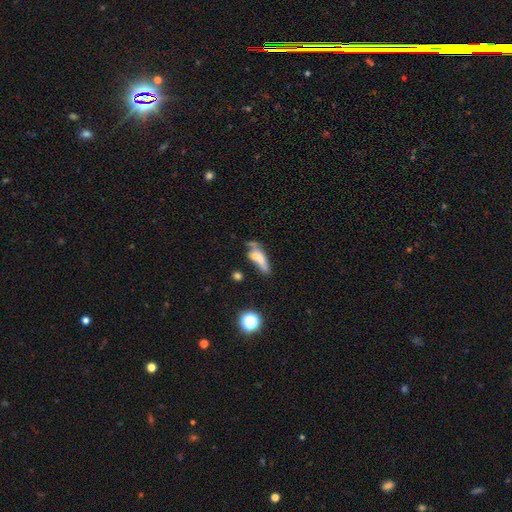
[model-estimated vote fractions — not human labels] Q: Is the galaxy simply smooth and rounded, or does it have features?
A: smooth — 51%.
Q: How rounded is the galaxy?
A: cigar-shaped — 49%.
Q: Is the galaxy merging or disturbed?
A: none — 35%.